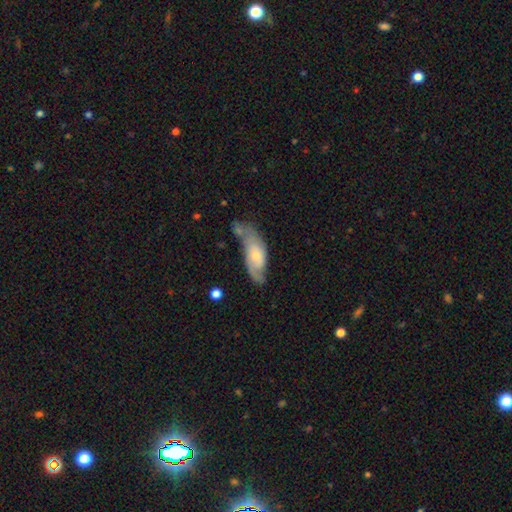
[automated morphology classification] This is possibly a featured or disk galaxy (51%). It is clearly not viewed edge-on (87%). Merging: marginally none (42%).